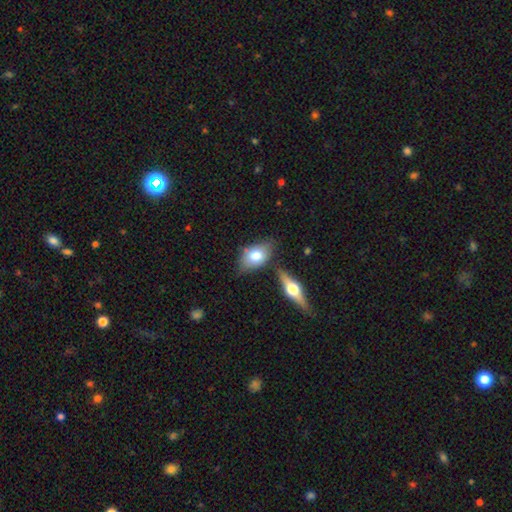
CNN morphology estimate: A smooth galaxy with no disk features (70%) that is in between round and cigar-shaped (87%). Merging: none (63%).